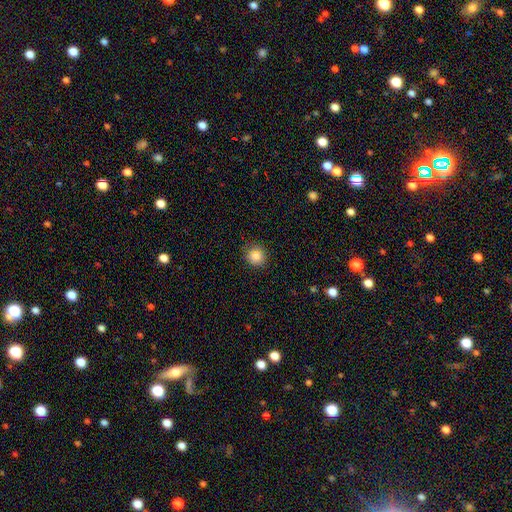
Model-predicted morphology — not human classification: type=smooth (85%); roundness=round (90%); merging=none (85%).